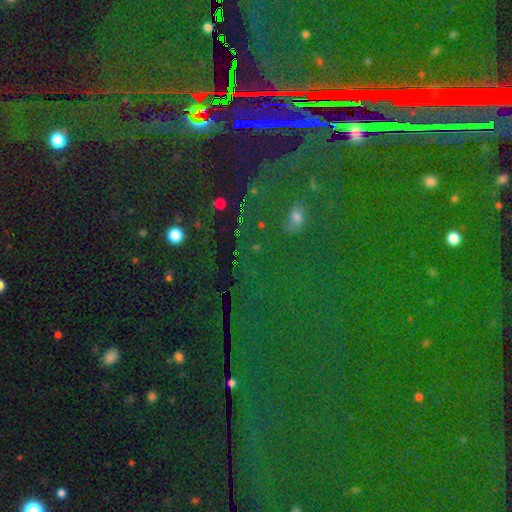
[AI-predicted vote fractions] A star or artifact, not a galaxy (87%).

Vote fractions:
- Smooth or featured? star or artifact: 87% / smooth: 6% / featured or disk: 6%